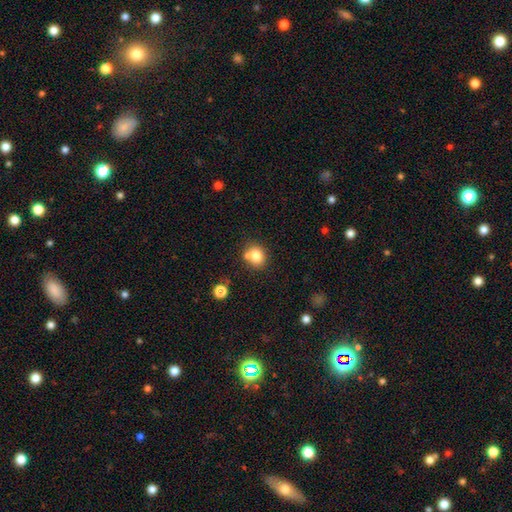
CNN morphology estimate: smooth_or_featured: smooth (p=0.79) [alt: star or artifact p=0.11]
how_rounded: round (p=0.69) [alt: in between p=0.30]
merging: none (p=0.64) [alt: merger p=0.22]